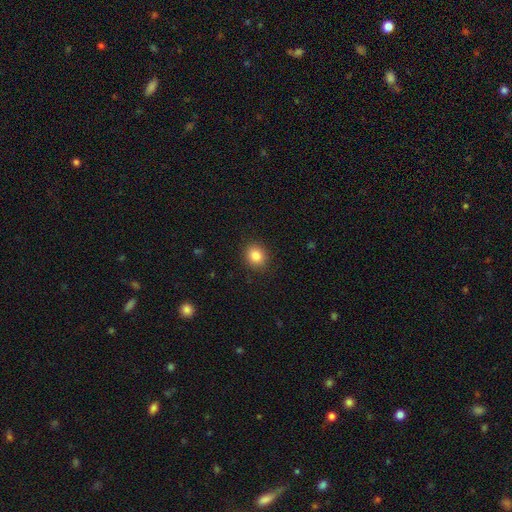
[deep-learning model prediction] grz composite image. It shows a smooth galaxy with no disk features (85%) that is round (72%). Merging: none (89%).